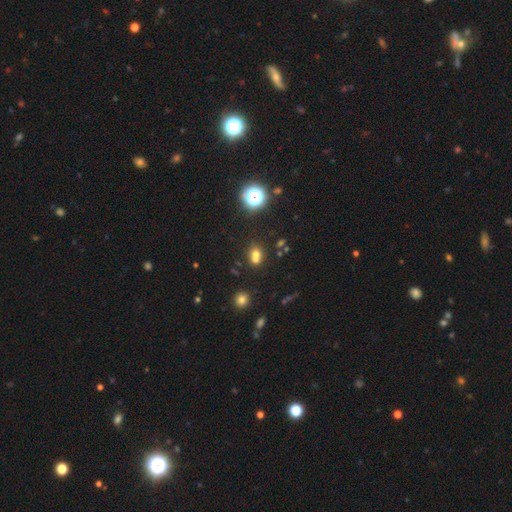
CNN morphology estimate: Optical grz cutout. It shows a smooth galaxy with no disk features (67%) that is round (52%). Merging: none (48%).